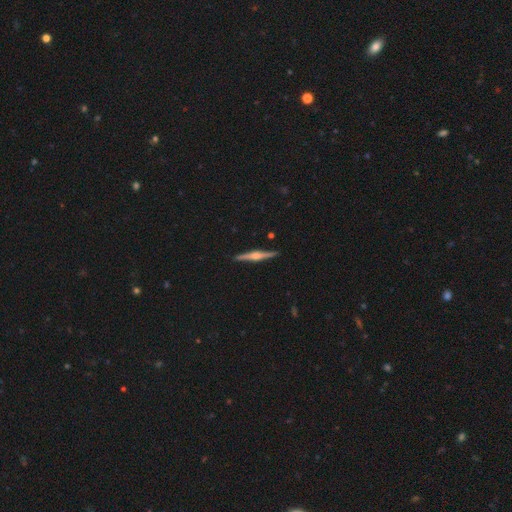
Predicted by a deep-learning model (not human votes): smooth_or_featured: featured or disk (p=0.81) [alt: smooth p=0.14]
disk_edge_on: yes (p=0.99) [alt: no p=0.01]
edge_on_bulge: rounded (p=0.86) [alt: boxy p=0.10]
merging: none (p=0.92) [alt: minor disturbance p=0.06]